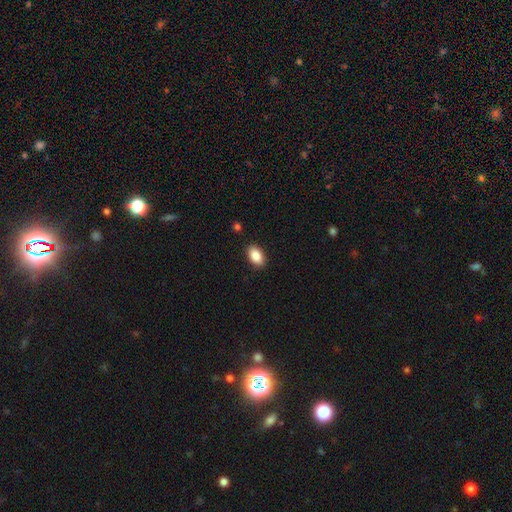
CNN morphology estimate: type=smooth (88%); roundness=in between (91%); merging=none (89%).